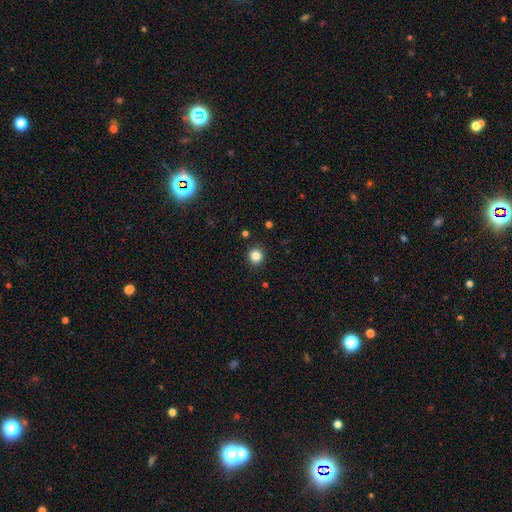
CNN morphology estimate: A smooth galaxy with no disk features (84%) that is round (92%). Merging: none (92%).